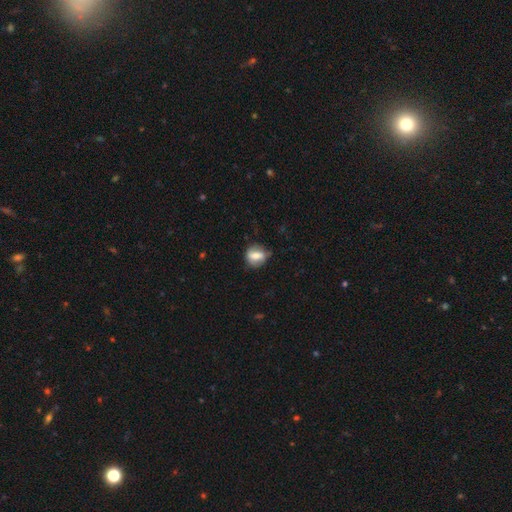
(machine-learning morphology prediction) Q: Smooth or featured?
A: smooth (60%); runner-up: featured or disk (32%)
Q: How rounded?
A: round (58%); runner-up: in between (39%)
Q: Merging?
A: none (68%); runner-up: minor disturbance (22%)